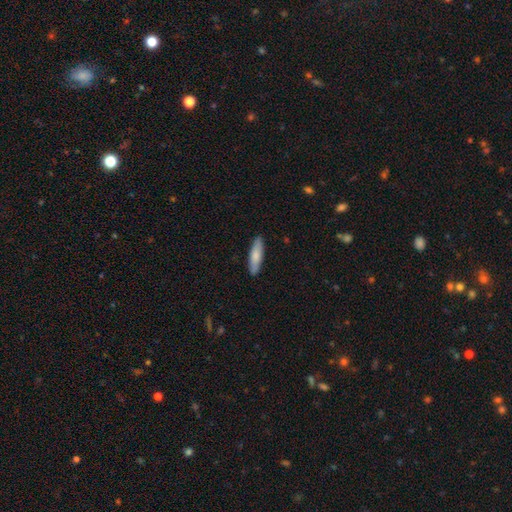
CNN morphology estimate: Q: Smooth or featured?
A: smooth (77%); runner-up: featured or disk (18%)
Q: How rounded?
A: cigar-shaped (70%); runner-up: in between (29%)
Q: Merging?
A: none (90%); runner-up: minor disturbance (8%)